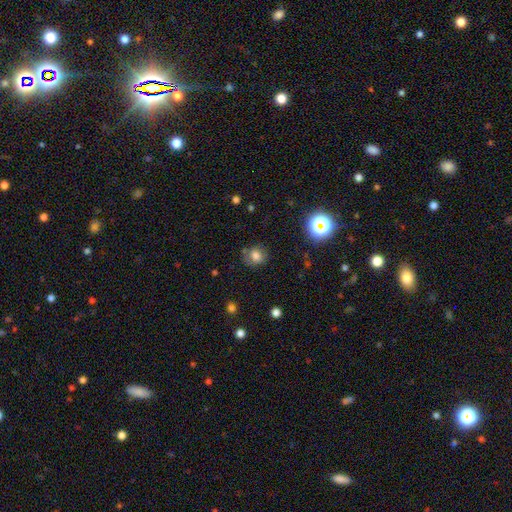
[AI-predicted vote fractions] The model was most divided on "how rounded": round: 65%, in between: 34%, cigar-shaped: 1%. More confident: smooth or featured — smooth (74%); merging — none (73%).